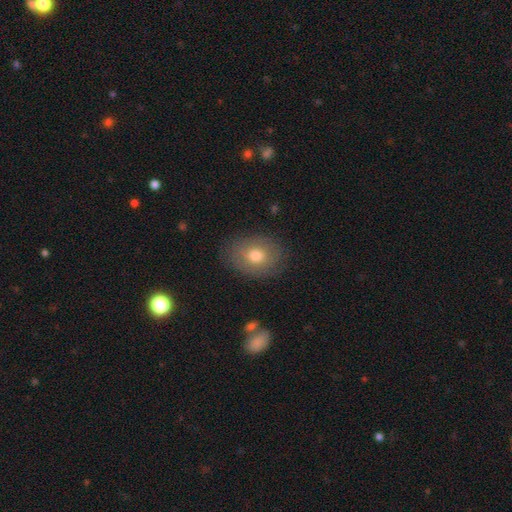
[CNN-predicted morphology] Q: Smooth or featured?
A: smooth (67%); runner-up: featured or disk (24%)
Q: How rounded?
A: in between (67%); runner-up: round (32%)
Q: Merging?
A: none (82%); runner-up: minor disturbance (13%)